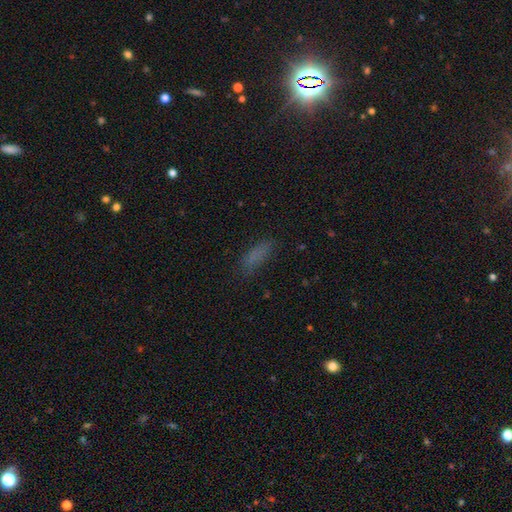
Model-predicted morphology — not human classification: This is likely a smooth galaxy (77%). How rounded: possibly in between (51%). Merging: likely none (76%).